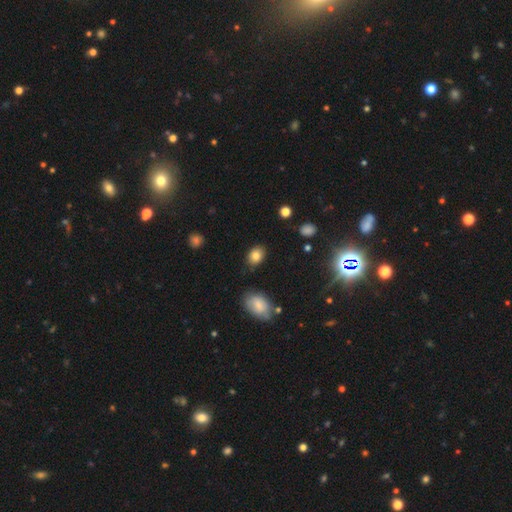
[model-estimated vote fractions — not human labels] smooth-or-featured: smooth: 83% | star or artifact: 9% | featured or disk: 7%
  how-rounded: in between: 73% | round: 26% | cigar-shaped: 1%
  merging: none: 84% | minor disturbance: 11% | major disturbance: 3% | merger: 2%